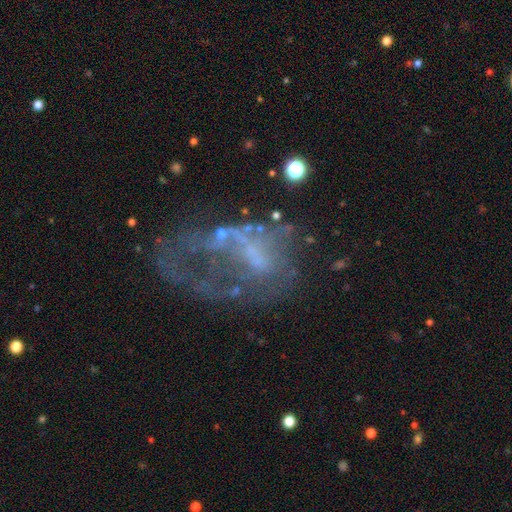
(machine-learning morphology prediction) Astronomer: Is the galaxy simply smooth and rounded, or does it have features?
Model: featured or disk — 61%.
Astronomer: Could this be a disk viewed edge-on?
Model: no — 96%.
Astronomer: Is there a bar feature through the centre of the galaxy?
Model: no — 74%.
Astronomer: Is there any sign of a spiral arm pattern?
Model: no — 77%.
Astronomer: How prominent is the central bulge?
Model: none — 65%.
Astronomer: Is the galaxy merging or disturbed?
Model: major disturbance — 53%.